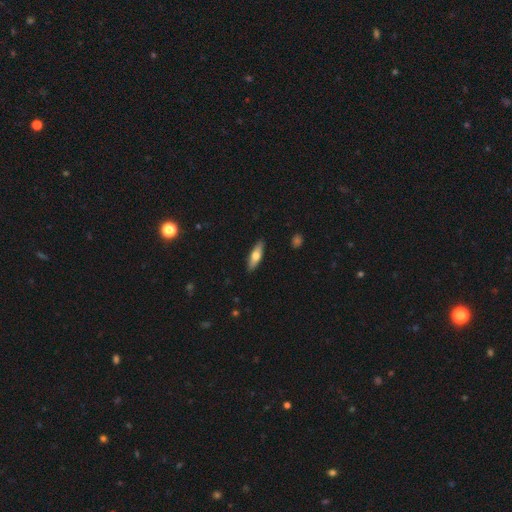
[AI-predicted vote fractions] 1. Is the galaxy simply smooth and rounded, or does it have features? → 62% smooth, 32% featured or disk, 6% star or artifact.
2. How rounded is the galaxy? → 54% cigar-shaped, 44% in between, 2% round.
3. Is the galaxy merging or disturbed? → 89% none, 8% minor disturbance, 2% major disturbance, 1% merger.